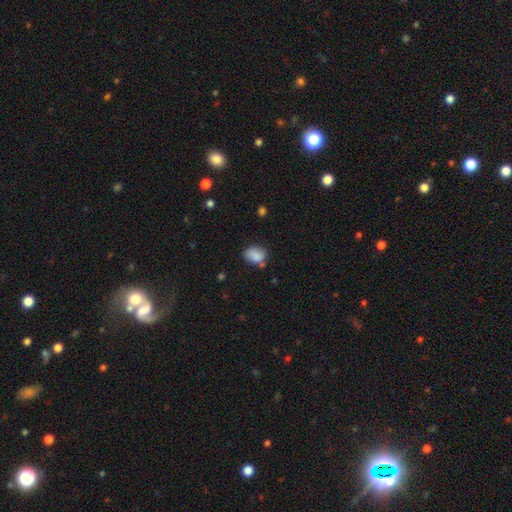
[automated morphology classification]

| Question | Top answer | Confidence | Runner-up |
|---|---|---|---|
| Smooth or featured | smooth | 85% | star or artifact (8%) |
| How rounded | in between | 62% | round (37%) |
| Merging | none | 63% | minor disturbance (23%) |